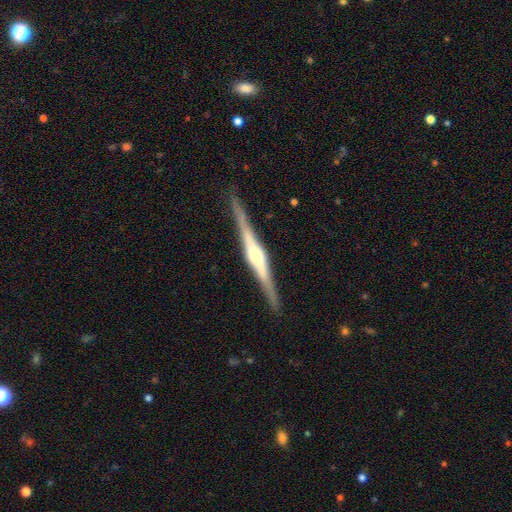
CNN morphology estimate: featured or disk 83%, smooth 12%, star or artifact 5%. Down the decision tree: edge-on disk — yes (98%); edge-on bulge — rounded (69%); merging — none (90%).